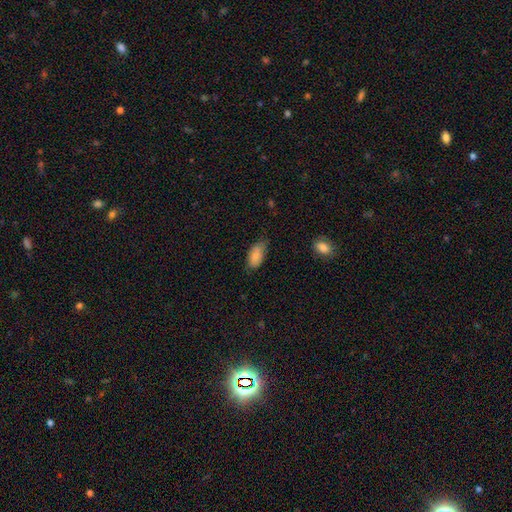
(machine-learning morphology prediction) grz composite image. It shows a smooth galaxy with no disk features (84%) that is in between round and cigar-shaped (92%). Merging: none (60%).